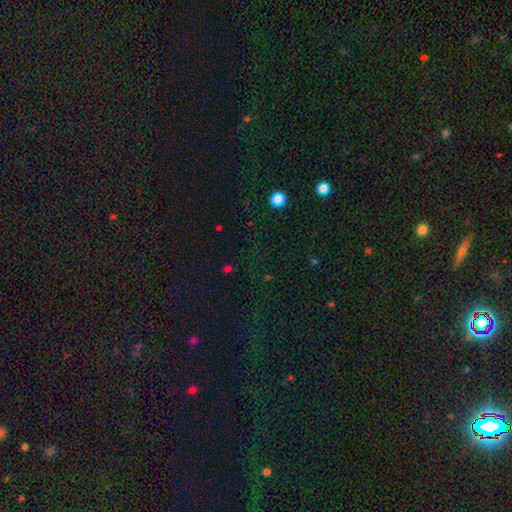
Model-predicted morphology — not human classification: A star or artifact, not a galaxy (74%).

Vote fractions:
- Smooth or featured? star or artifact: 74% / smooth: 18% / featured or disk: 9%